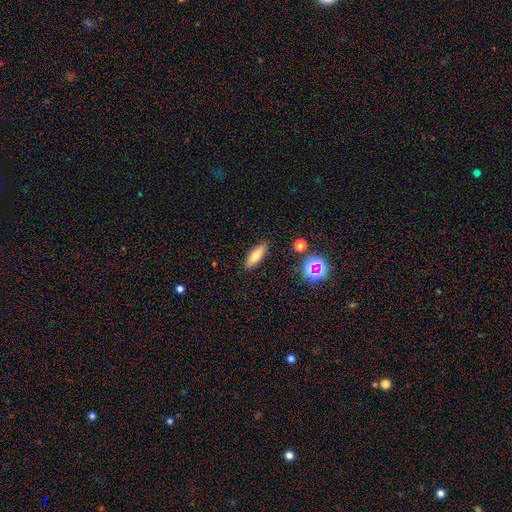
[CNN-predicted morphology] type=smooth (74%); roundness=in between (57%); merging=none (88%).